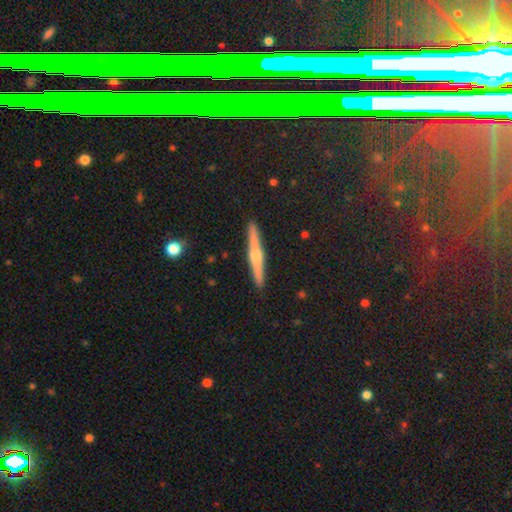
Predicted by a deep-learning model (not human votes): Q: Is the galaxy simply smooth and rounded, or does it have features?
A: featured or disk — 67%.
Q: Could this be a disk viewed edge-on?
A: yes — 98%.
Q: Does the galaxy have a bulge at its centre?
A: rounded — 87%.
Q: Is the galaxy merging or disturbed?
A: none — 92%.